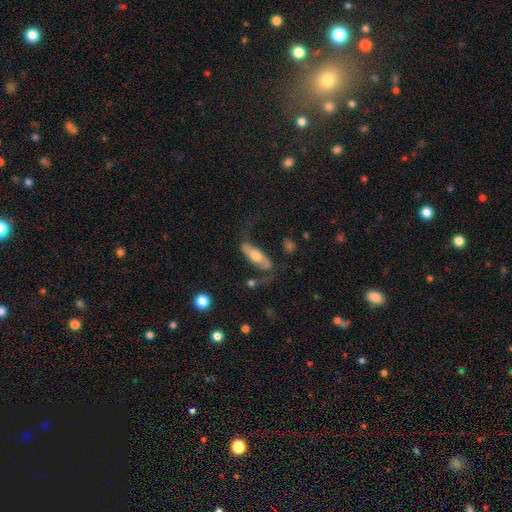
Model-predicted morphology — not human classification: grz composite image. It shows a featured or disk galaxy (65%) with no bar (50%), spiral arms (85%) and a moderate central bulge (55%). Merging: none (49%).